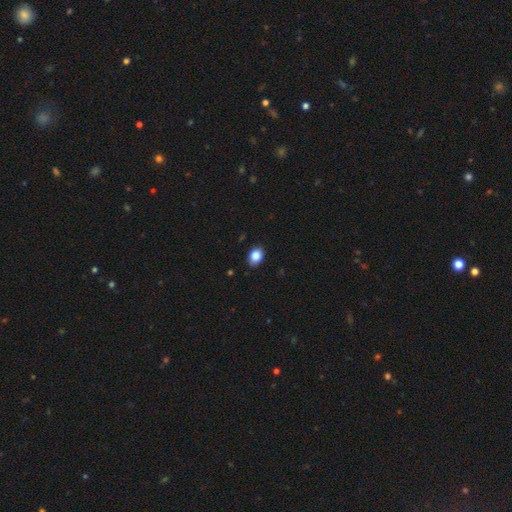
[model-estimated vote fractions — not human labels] A smooth galaxy with no disk features (88%) that is in between round and cigar-shaped (74%). Merging: none (85%).